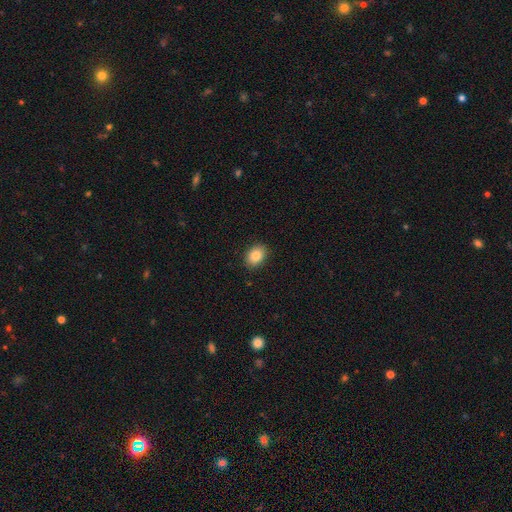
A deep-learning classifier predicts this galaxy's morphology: The model was most divided on "how rounded": in between: 71%, round: 28%, cigar-shaped: 1%. More confident: merging — none (89%); smooth or featured — smooth (86%).